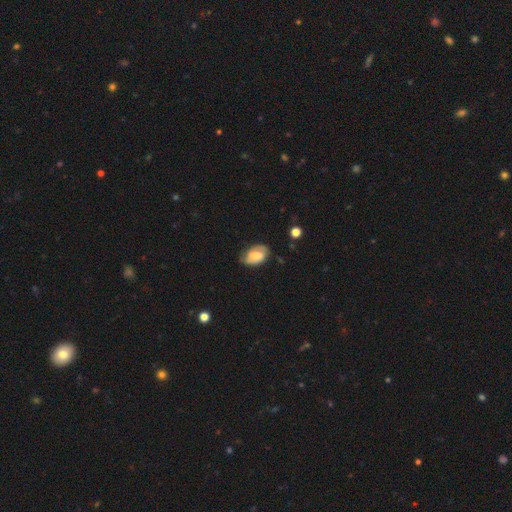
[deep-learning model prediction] Smooth or featured?
  - smooth: 48% *
  - featured or disk: 44%
  - star or artifact: 8%
Merging?
  - none: 65% *
  - minor disturbance: 26%
  - major disturbance: 7%
  - merger: 2%